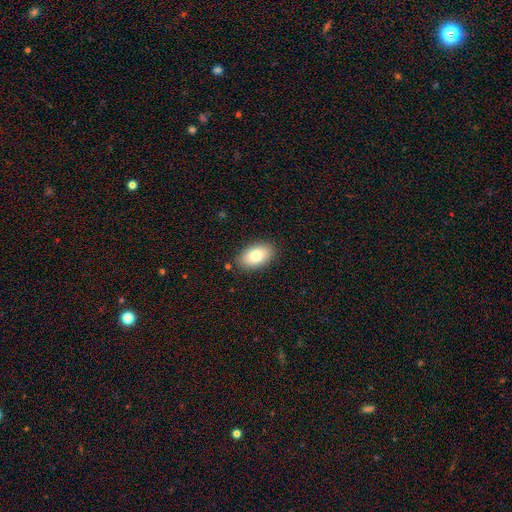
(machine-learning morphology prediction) A smooth galaxy with no disk features (77%) that is in between round and cigar-shaped (91%).

Vote fractions:
- Smooth or featured? smooth: 77% / featured or disk: 15% / star or artifact: 8%
- How rounded? in between: 91% / round: 7% / cigar-shaped: 2%
- Merging? none: 86% / minor disturbance: 10% / major disturbance: 2% / merger: 1%